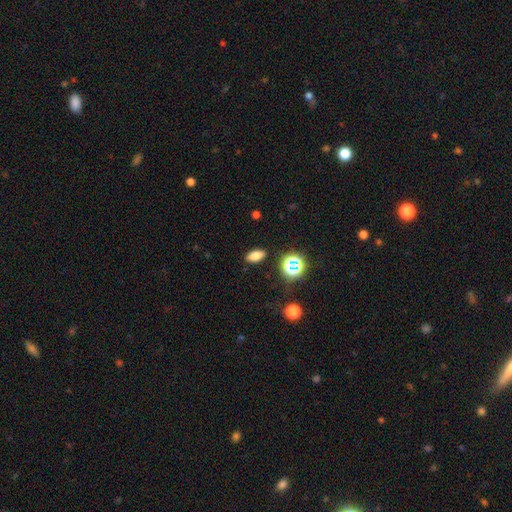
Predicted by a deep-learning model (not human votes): smooth 75%, star or artifact 17%, featured or disk 8%. Down the decision tree: how rounded — in between (84%); merging — none (88%).